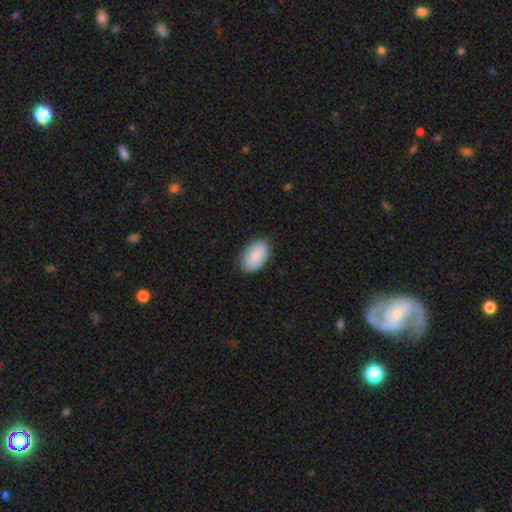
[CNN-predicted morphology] This is clearly a smooth galaxy (89%). How rounded: clearly in between (94%). Merging: clearly none (85%).